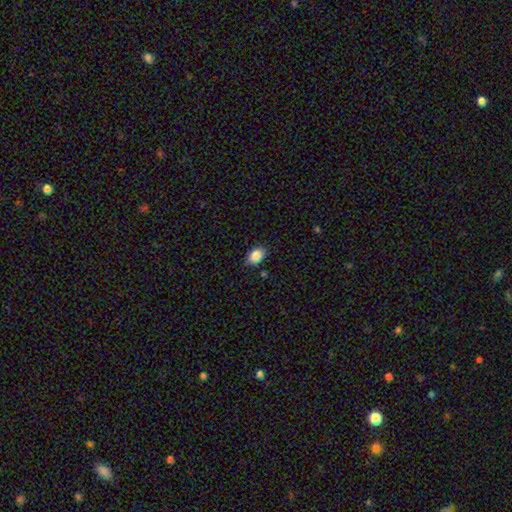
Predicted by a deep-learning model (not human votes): A smooth galaxy with no disk features (87%) that is in between round and cigar-shaped (81%).

Vote fractions:
- Smooth or featured? smooth: 87% / star or artifact: 8% / featured or disk: 5%
- How rounded? in between: 81% / round: 18% / cigar-shaped: 1%
- Merging? none: 85% / minor disturbance: 12% / major disturbance: 2% / merger: 1%